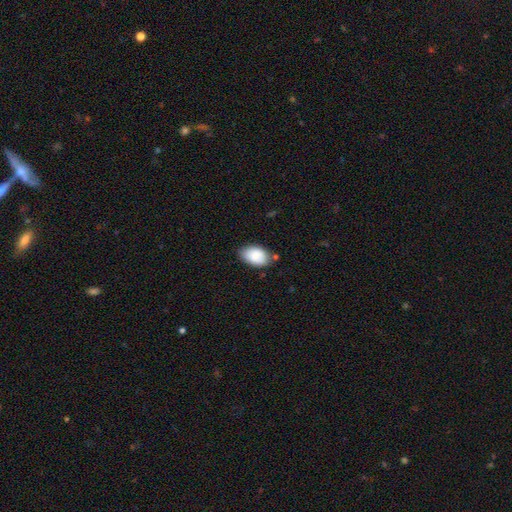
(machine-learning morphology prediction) smooth 85%, featured or disk 8%, star or artifact 7%. Down the decision tree: how rounded — in between (91%); merging — none (73%).